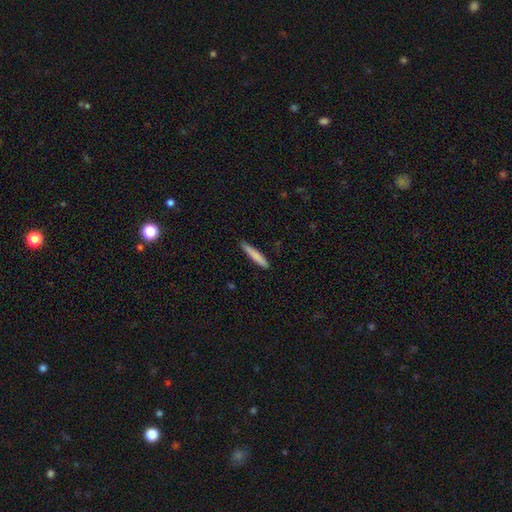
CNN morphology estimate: The model was most divided on "smooth or featured": smooth: 79%, featured or disk: 15%, star or artifact: 6%. More confident: how rounded — cigar-shaped (94%); merging — none (87%).